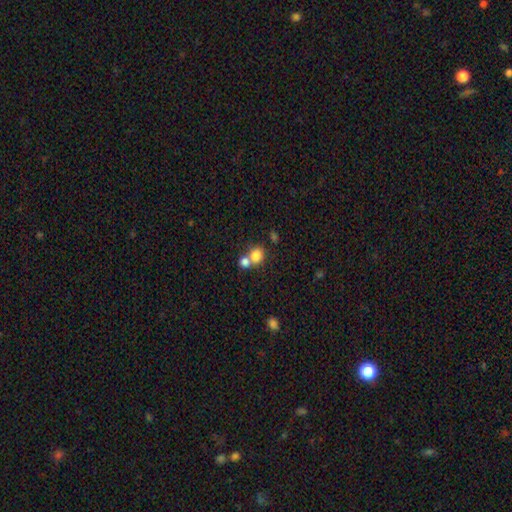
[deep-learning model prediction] smooth 80%, star or artifact 11%, featured or disk 9%. Down the decision tree: how rounded — round (75%); merging — merger (51%).